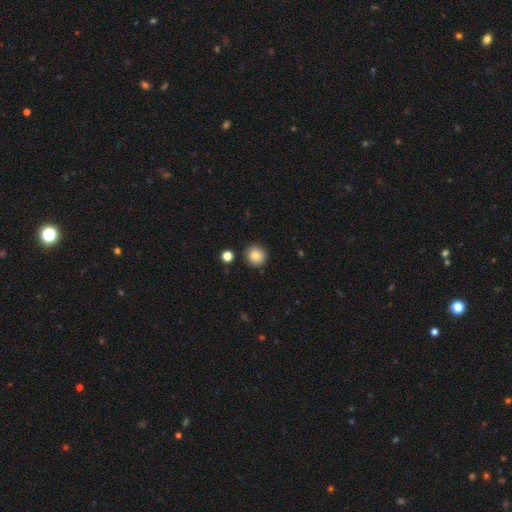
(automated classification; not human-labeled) Overall: smooth (84%). How rounded: round (91%). Merging: none (89%).